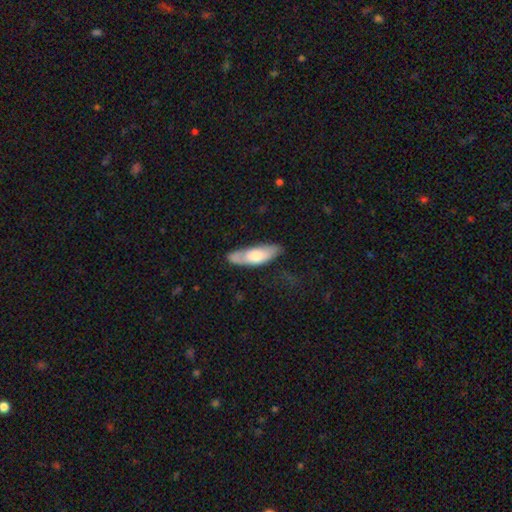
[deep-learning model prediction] smooth_or_featured: smooth (p=0.63) [alt: featured or disk p=0.31]
how_rounded: in between (p=0.54) [alt: cigar-shaped p=0.44]
merging: none (p=0.66) [alt: minor disturbance p=0.24]